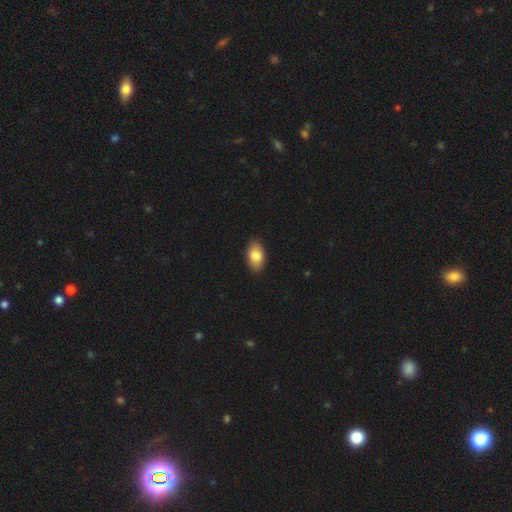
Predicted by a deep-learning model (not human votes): A smooth galaxy with no disk features (83%) that is in between round and cigar-shaped (92%). Merging: none (89%).